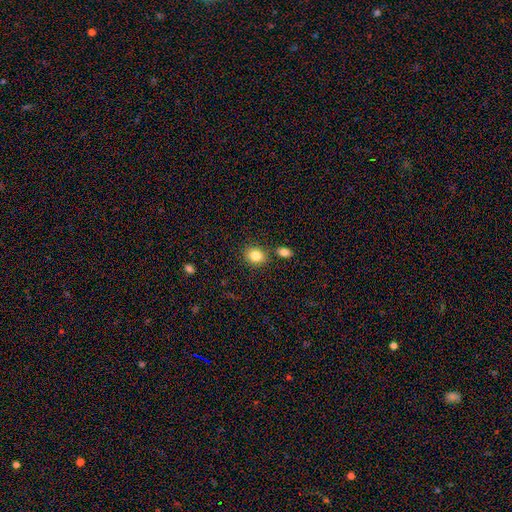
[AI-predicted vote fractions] smooth_or_featured: smooth (p=0.84) [alt: star or artifact p=0.10]
how_rounded: round (p=0.55) [alt: in between p=0.44]
merging: none (p=0.77) [alt: merger p=0.10]